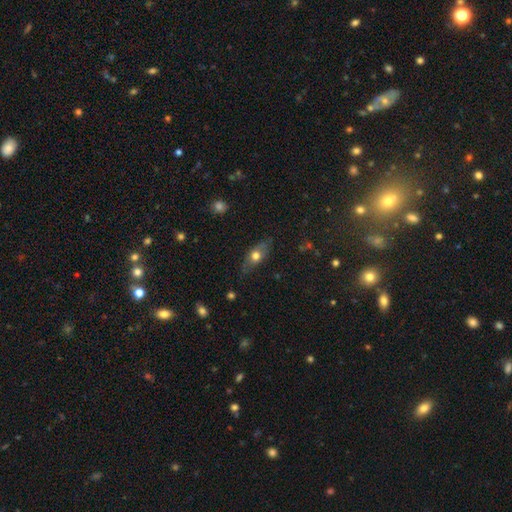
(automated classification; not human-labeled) Smooth or featured: smooth — 59% (featured or disk — 33%)
How rounded: in between — 71% (cigar-shaped — 19%)
Merging: none — 75% (minor disturbance — 20%)